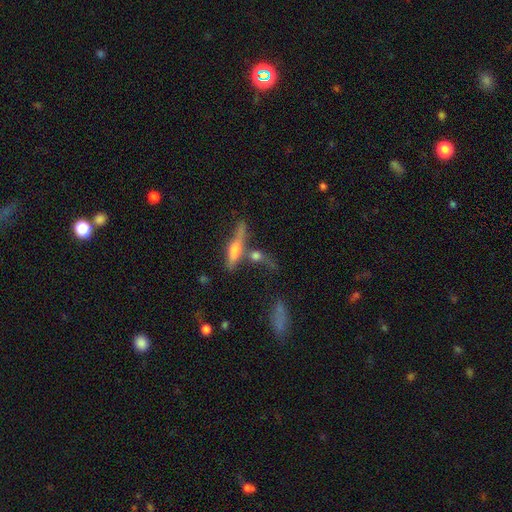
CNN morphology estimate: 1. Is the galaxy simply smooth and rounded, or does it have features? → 49% smooth, 39% featured or disk, 12% star or artifact.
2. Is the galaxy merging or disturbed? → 49% none, 27% merger, 15% minor disturbance, 9% major disturbance.